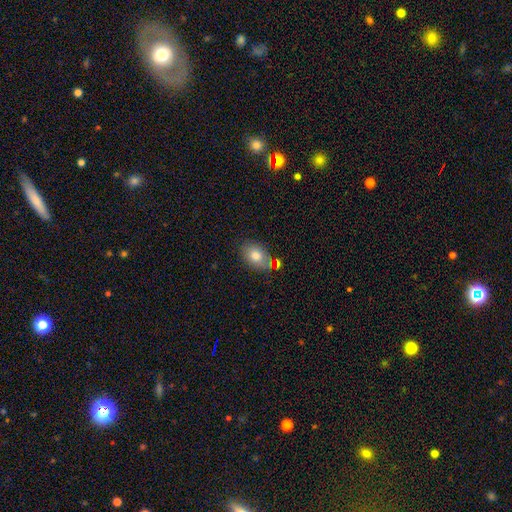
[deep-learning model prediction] Smooth or featured: smooth — 79% (featured or disk — 13%)
How rounded: in between — 80% (round — 19%)
Merging: none — 59% (minor disturbance — 21%)